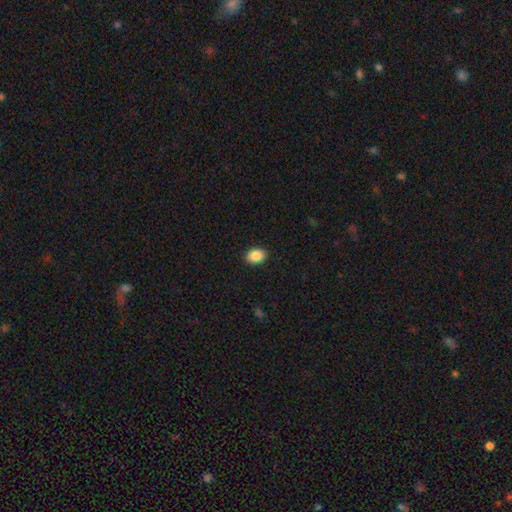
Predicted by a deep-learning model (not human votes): Smooth or featured? smooth (89%)
How rounded? in between (71%)
Merging? none (91%)